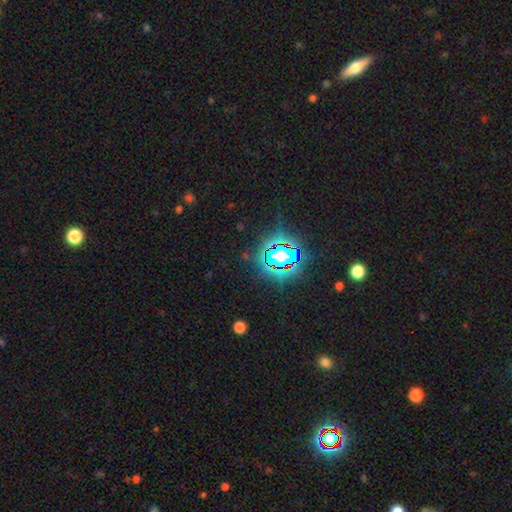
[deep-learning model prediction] This appears to be a star or artifact, not a galaxy (81%).